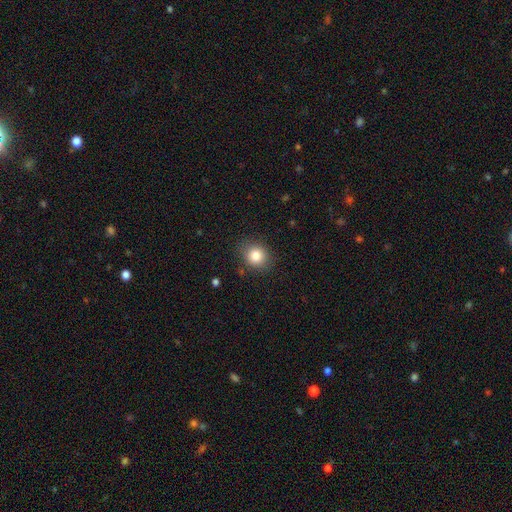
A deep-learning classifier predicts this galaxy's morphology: Smooth or featured? Predicted: smooth (p=0.83). How rounded? Predicted: round (p=0.77). Merging? Predicted: none (p=0.85).